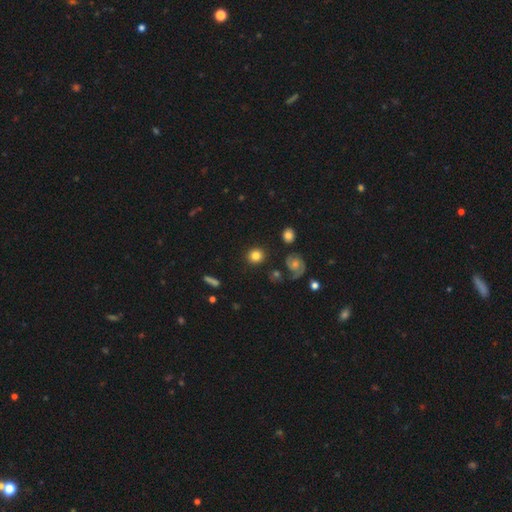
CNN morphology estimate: This is likely a smooth galaxy (79%). How rounded: clearly round (89%). Merging: clearly none (87%).